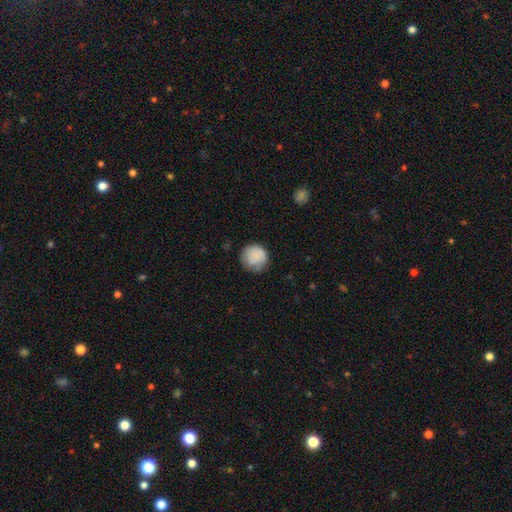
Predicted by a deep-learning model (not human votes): This is clearly a smooth galaxy (81%). How rounded: clearly round (89%). Merging: likely none (68%).